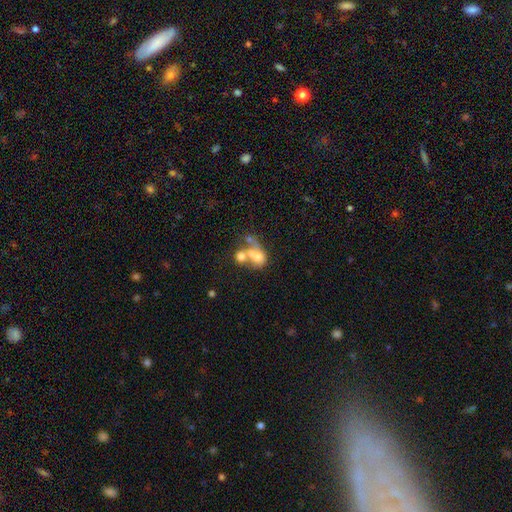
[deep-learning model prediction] Smooth or featured? Predicted: smooth (p=0.52). How rounded? Predicted: in between (p=0.64). Merging? Predicted: merger (p=0.61).